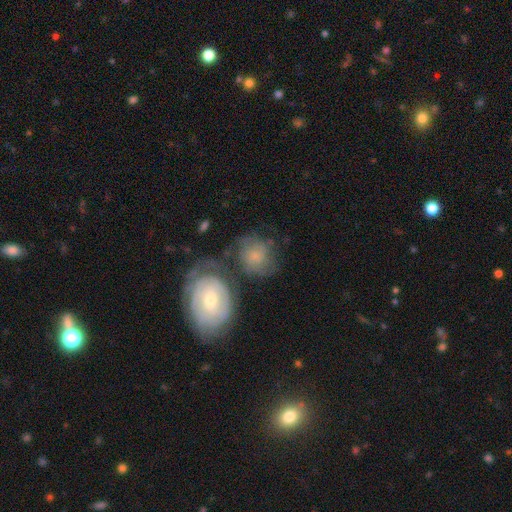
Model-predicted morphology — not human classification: Overall: smooth (48%; featured or disk 44%). Merging: none (46%; merger 23%).